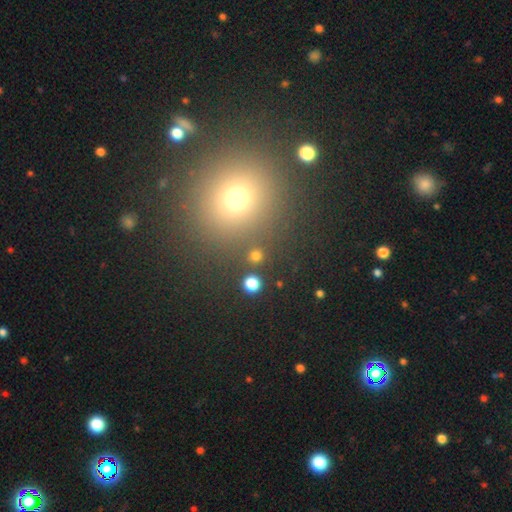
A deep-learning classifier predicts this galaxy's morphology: smooth_or_featured: smooth (p=0.77) [alt: star or artifact p=0.18]
how_rounded: round (p=0.91) [alt: in between p=0.08]
merging: none (p=0.87) [alt: minor disturbance p=0.05]